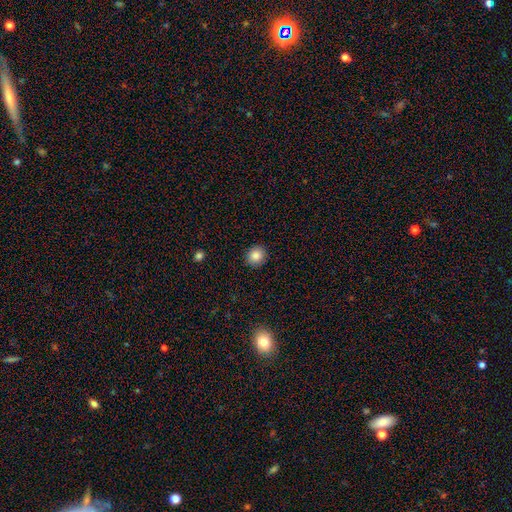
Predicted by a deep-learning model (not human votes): This appears to be a smooth galaxy with no disk features (85%) that is round (85%). Merging: none (91%).